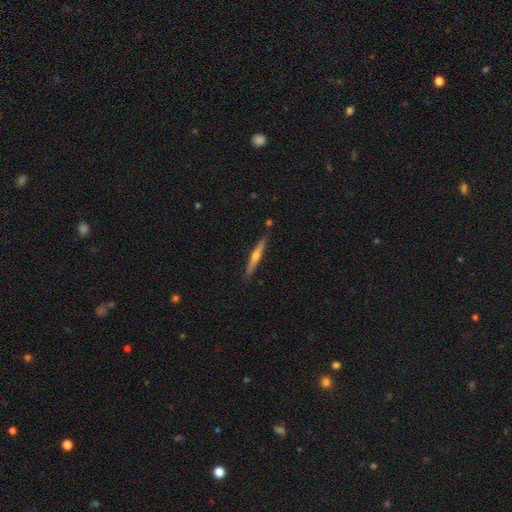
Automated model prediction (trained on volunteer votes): smooth-or-featured: featured or disk: 66% | smooth: 28% | star or artifact: 6%
  disk-edge-on: yes: 98% | no: 2%
    edge-on-bulge: rounded: 86% | none: 10% | boxy: 4%
  merging: none: 88% | minor disturbance: 8% | merger: 2% | major disturbance: 2%